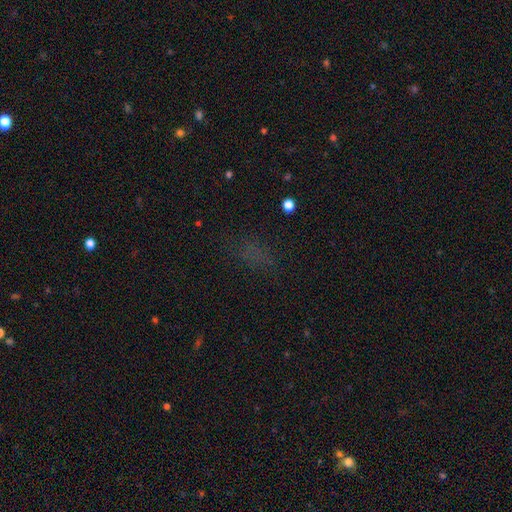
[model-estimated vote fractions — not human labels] A smooth galaxy with no disk features (49%).

Vote fractions:
- Smooth or featured? smooth: 49% / star or artifact: 39% / featured or disk: 12%
- Merging? none: 72% / minor disturbance: 15% / major disturbance: 10% / merger: 3%